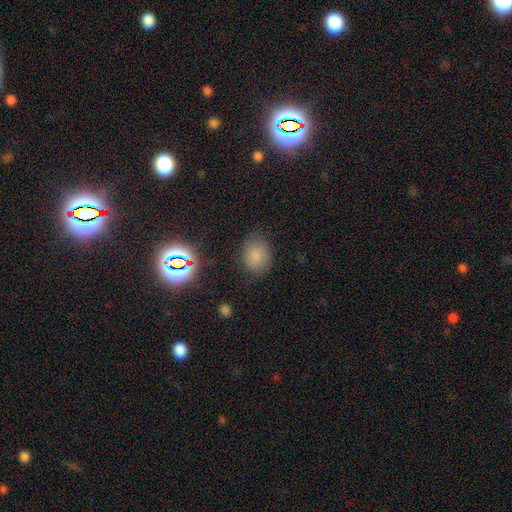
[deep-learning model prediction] smooth 74%, star or artifact 18%, featured or disk 8%. Down the decision tree: how rounded — in between (63%); merging — none (79%).